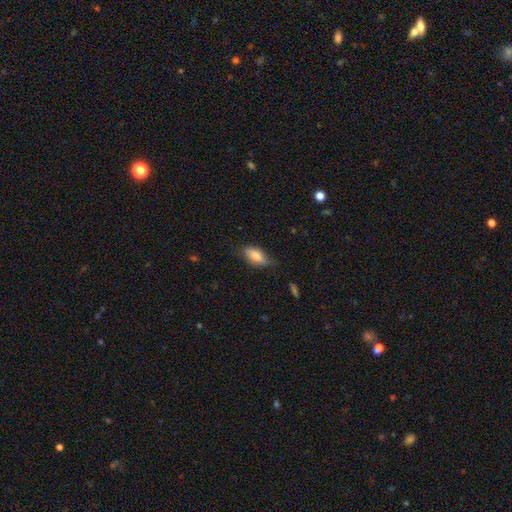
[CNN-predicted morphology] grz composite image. It shows a smooth galaxy with no disk features (78%) that is in between round and cigar-shaped (84%). Merging: none (68%).